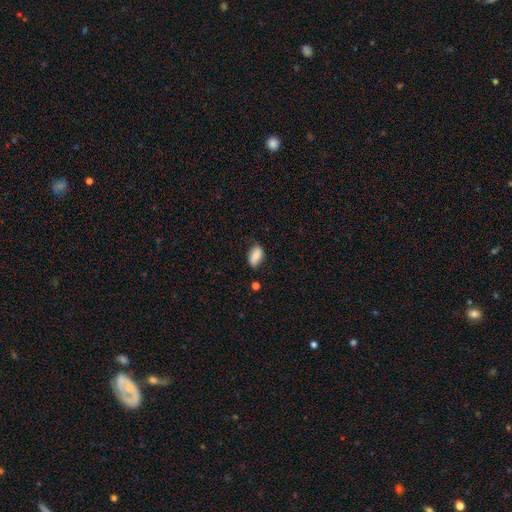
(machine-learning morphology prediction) smooth 78%, featured or disk 15%, star or artifact 8%. Down the decision tree: how rounded — in between (91%); merging — none (68%).